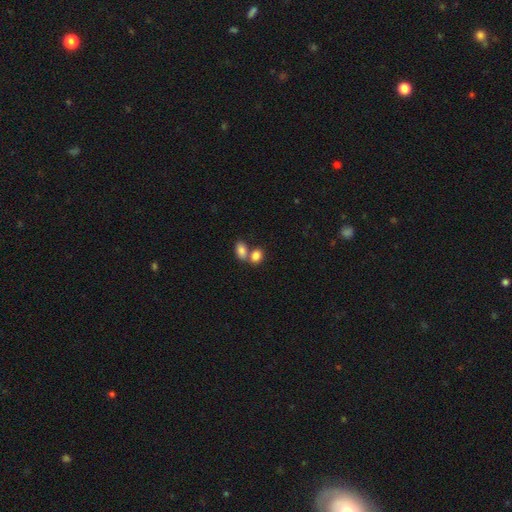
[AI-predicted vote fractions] smooth 84%, star or artifact 9%, featured or disk 8%. Down the decision tree: how rounded — in between (74%); merging — merger (54%).